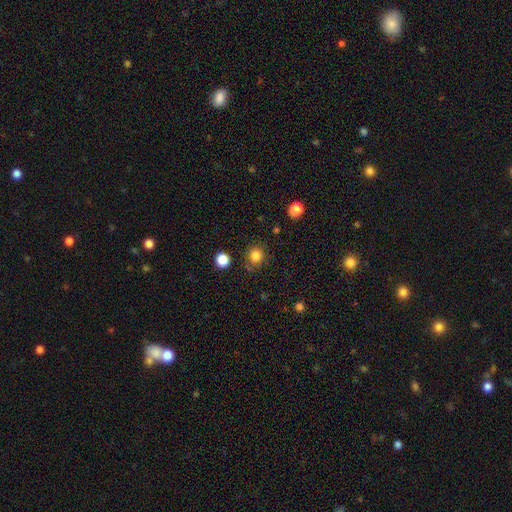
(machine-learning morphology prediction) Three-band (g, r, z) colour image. It shows a smooth galaxy with no disk features (83%) that is round (88%). Merging: none (80%).